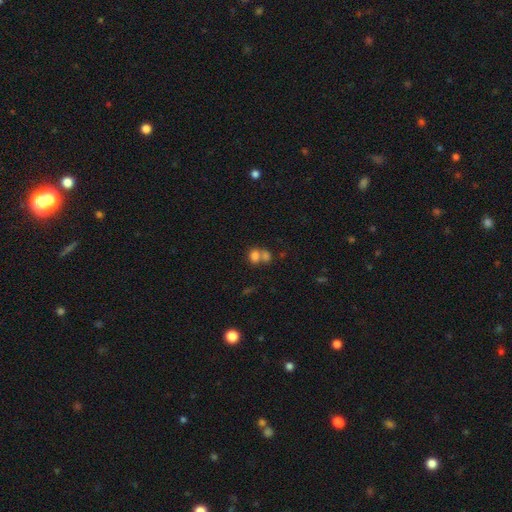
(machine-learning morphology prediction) type=smooth (77%); roundness=in between (56%); merging=merger (57%).